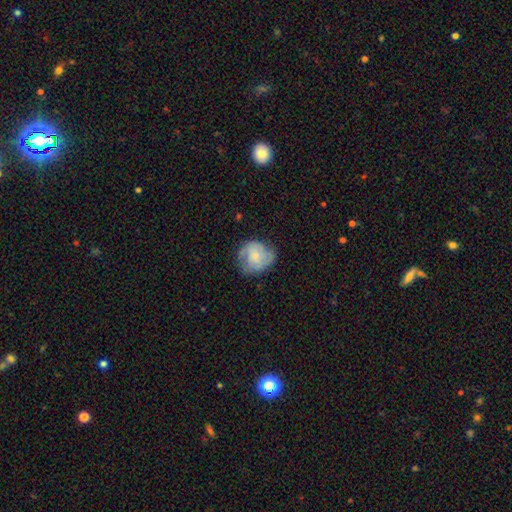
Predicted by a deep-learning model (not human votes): smooth_or_featured: featured or disk (p=0.47) [alt: smooth p=0.46]
merging: none (p=0.62) [alt: minor disturbance p=0.26]